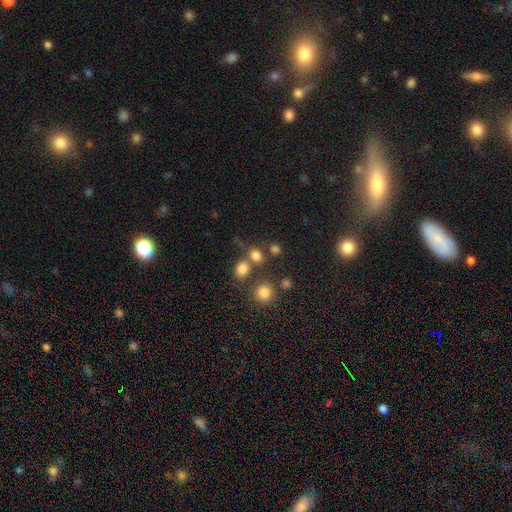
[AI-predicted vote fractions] A smooth galaxy with no disk features (77%) that is round (57%). Merging: none (60%).